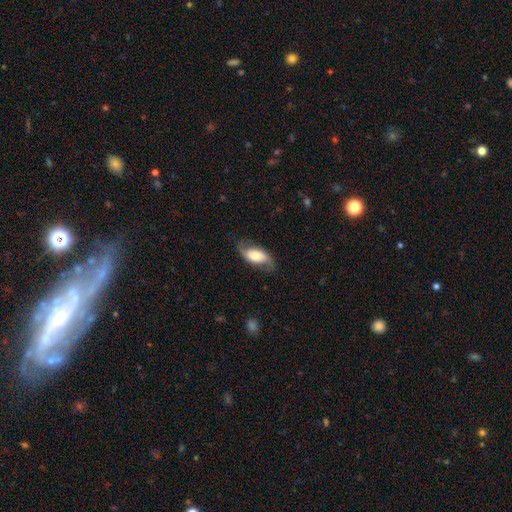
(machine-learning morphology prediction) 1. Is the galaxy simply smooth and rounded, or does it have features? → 63% featured or disk, 31% smooth, 6% star or artifact.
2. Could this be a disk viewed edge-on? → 92% no, 8% yes.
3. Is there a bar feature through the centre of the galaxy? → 55% no, 28% weak, 17% strong.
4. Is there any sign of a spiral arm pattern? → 87% yes, 13% no.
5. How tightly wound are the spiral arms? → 59% loose, 30% medium, 11% tight.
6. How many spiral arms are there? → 90% 2, 4% can't tell, 3% 1, 1% 3, 1% 4, 1% more than 4.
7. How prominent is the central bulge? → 51% moderate, 22% small, 20% large, 4% dominant, 3% none.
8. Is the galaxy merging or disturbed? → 74% none, 17% minor disturbance, 8% major disturbance, 1% merger.